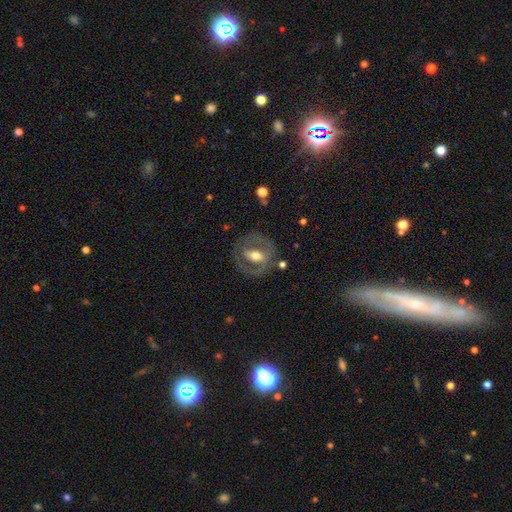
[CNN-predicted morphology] type=featured or disk (67%); edge-on=no (93%); bar=weak (34%, tied with strong); spiral arms=no (61%); bulge=moderate (71%); merging=none (73%).